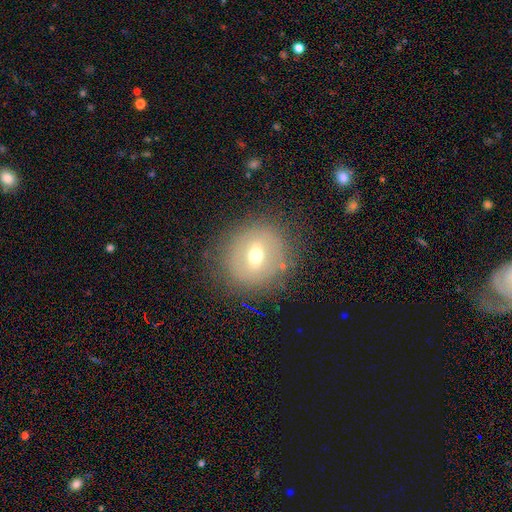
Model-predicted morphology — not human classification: Smooth or featured: smooth — 46% (featured or disk — 43%)
Merging: none — 81% (minor disturbance — 11%)